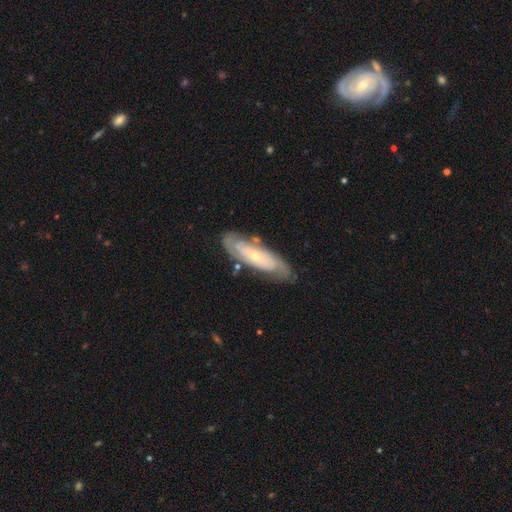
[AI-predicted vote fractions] Morphology: type=featured or disk (71%); edge-on=no (82%); bar=no (76%); spiral arms=yes (79%); bulge=small (73%); merging=none (74%).